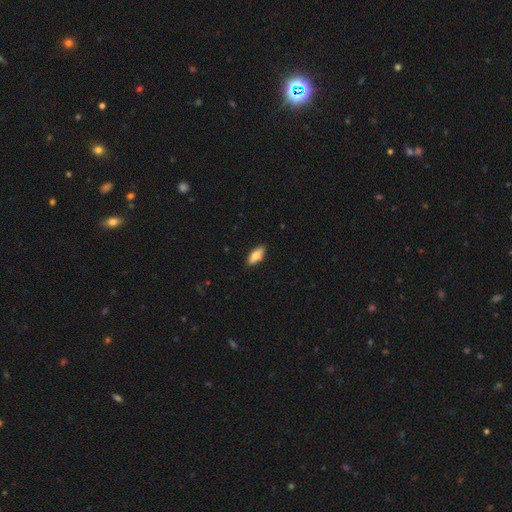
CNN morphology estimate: A smooth galaxy with no disk features (81%) that is in between round and cigar-shaped (78%). Merging: none (86%).